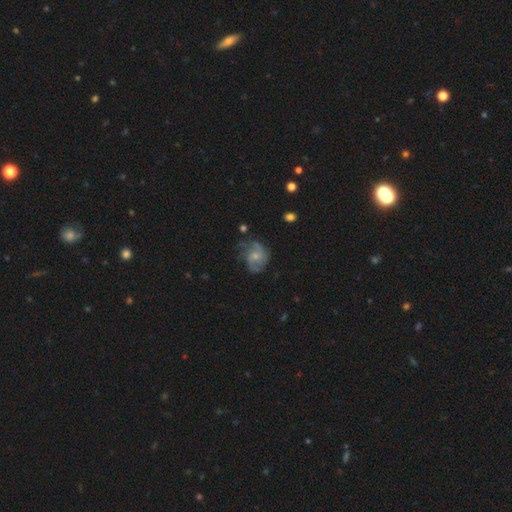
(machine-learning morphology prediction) type=featured or disk (71%); edge-on=no (98%); bar=no (66%); spiral arms=yes (89%); winding=medium (48%); arm count=2 (38%); bulge=small (57%); merging=none (55%).